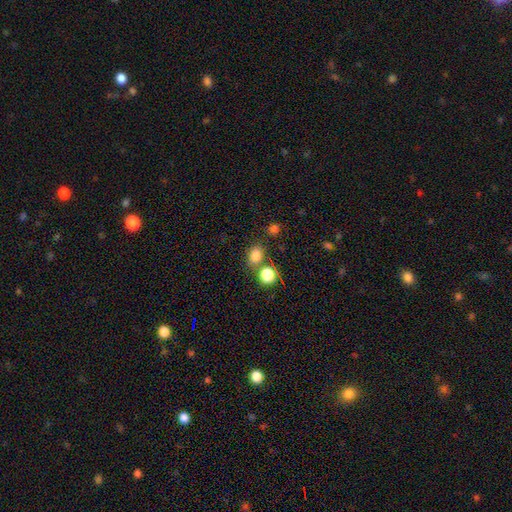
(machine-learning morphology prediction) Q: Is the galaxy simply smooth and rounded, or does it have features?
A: smooth — 80%.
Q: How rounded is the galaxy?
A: round — 50%.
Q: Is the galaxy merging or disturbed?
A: none — 72%.